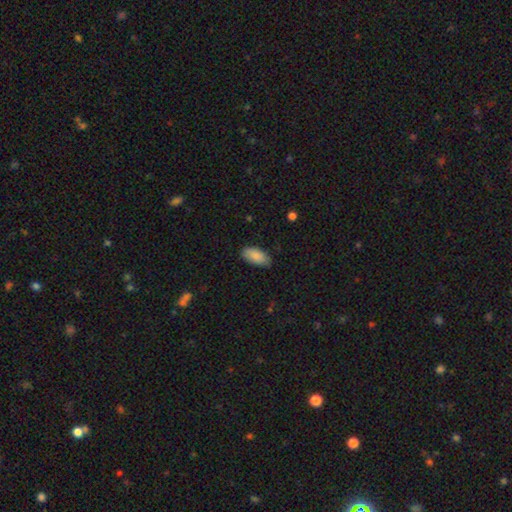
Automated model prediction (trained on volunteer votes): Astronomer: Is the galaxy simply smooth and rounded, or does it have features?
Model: smooth — 88%.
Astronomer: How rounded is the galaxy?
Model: in between — 92%.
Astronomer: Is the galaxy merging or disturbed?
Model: none — 83%.